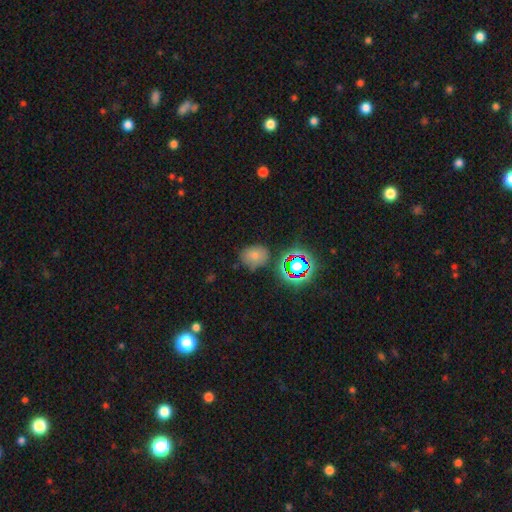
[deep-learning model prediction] Smooth or featured? smooth (49%)
Merging? none (75%)